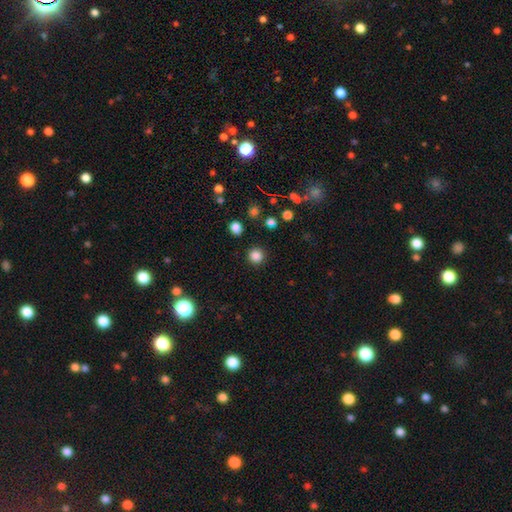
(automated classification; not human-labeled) Smooth or featured? smooth (84%)
How rounded? round (94%)
Merging? none (91%)